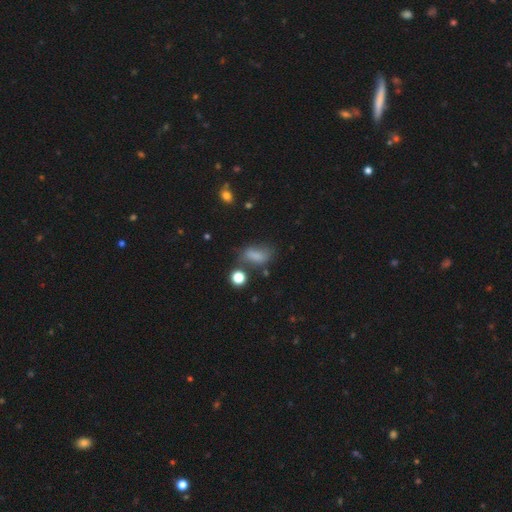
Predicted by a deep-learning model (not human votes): Smooth or featured? Predicted: smooth (p=0.72). How rounded? Predicted: in between (p=0.79). Merging? Predicted: none (p=0.48).